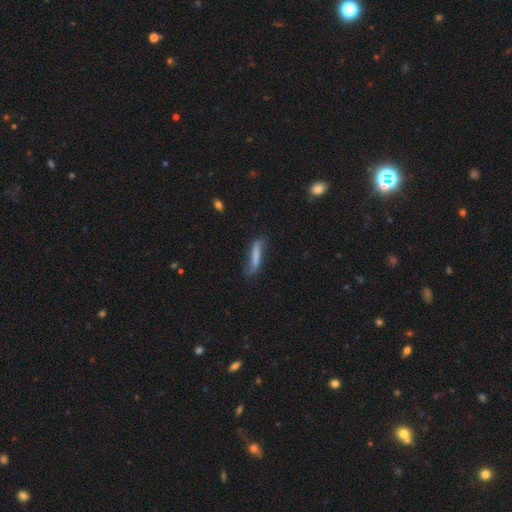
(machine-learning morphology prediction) Smooth or featured: smooth — 64% (featured or disk — 28%)
How rounded: cigar-shaped — 84% (in between — 14%)
Merging: none — 56% (minor disturbance — 30%)